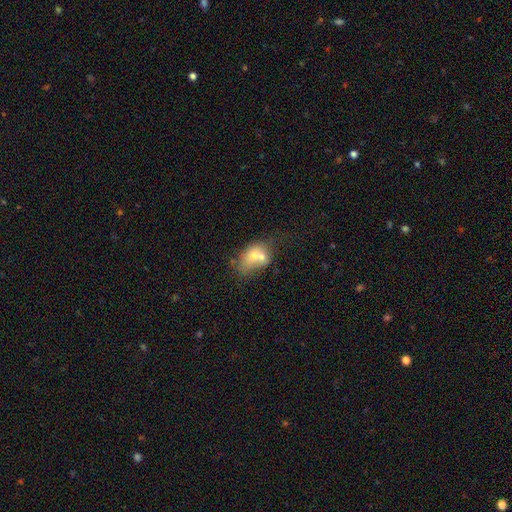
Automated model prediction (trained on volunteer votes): Smooth or featured? smooth (63%)
How rounded? in between (70%)
Merging? merger (58%)